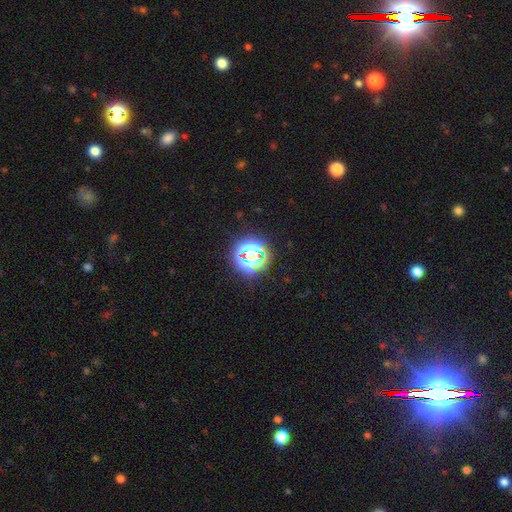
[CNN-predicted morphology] Smooth or featured?
  - star or artifact: 69% *
  - smooth: 21%
  - featured or disk: 10%